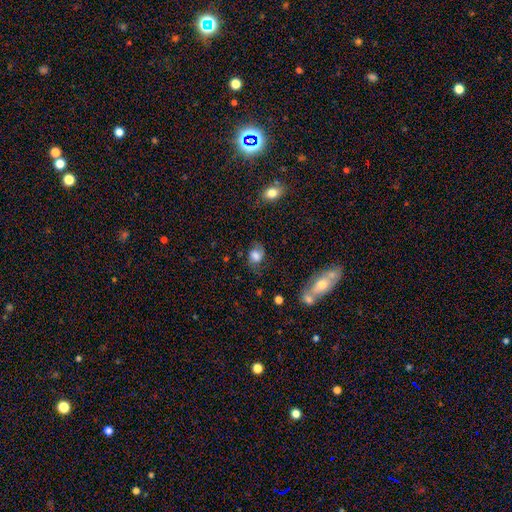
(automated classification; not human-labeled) Overall: smooth (62%; featured or disk 27%). How rounded: in between (66%; round 32%). Merging: none (59%; minor disturbance 26%).